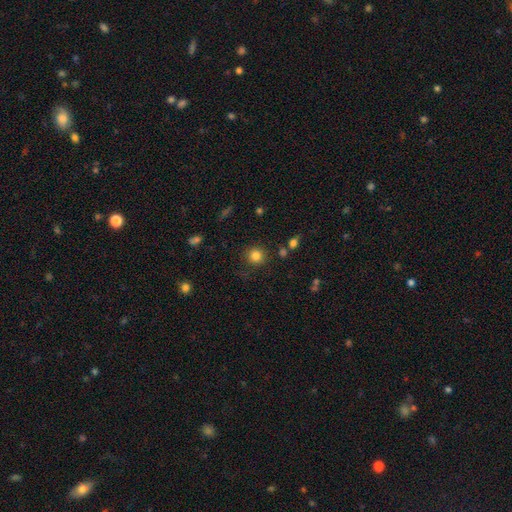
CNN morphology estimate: type=smooth (83%); roundness=round (90%); merging=none (84%).